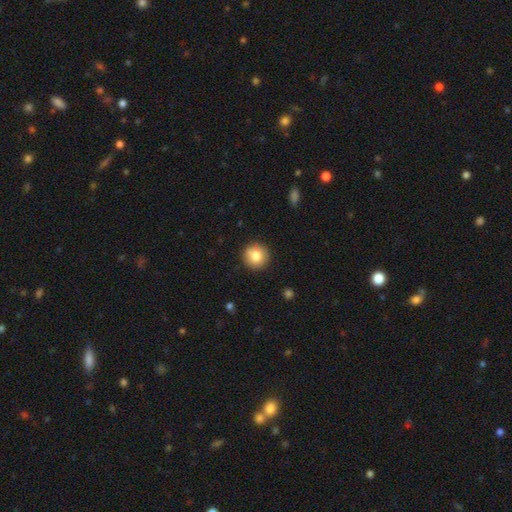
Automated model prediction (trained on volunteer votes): Morphology: type=smooth (81%); roundness=round (94%); merging=none (88%).